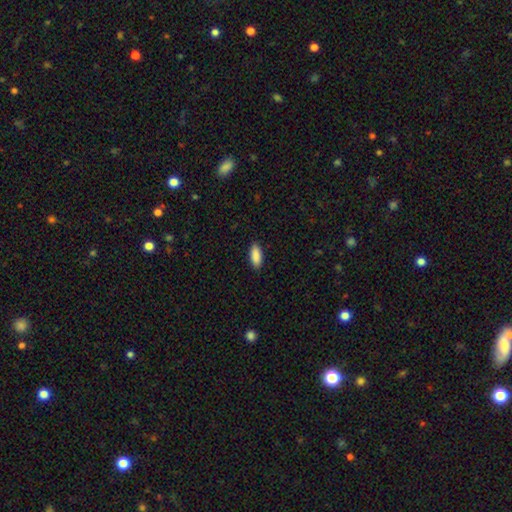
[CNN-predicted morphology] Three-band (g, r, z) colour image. It shows a smooth galaxy with no disk features (90%) that is in between round and cigar-shaped (82%). Merging: none (89%).